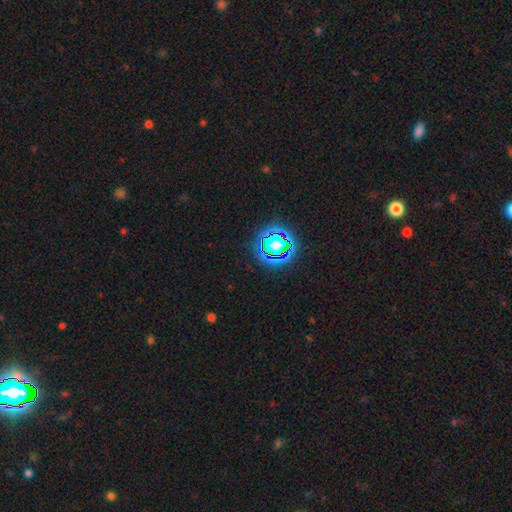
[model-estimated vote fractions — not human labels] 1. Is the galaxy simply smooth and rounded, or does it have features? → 80% star or artifact, 13% smooth, 7% featured or disk.